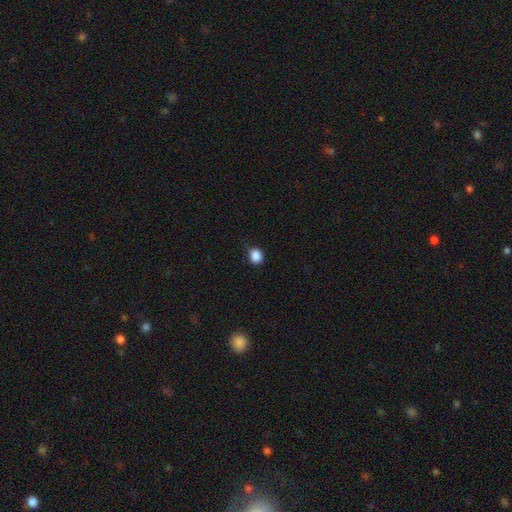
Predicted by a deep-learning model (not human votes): A smooth galaxy with no disk features (87%) that is round (71%). Merging: none (73%).